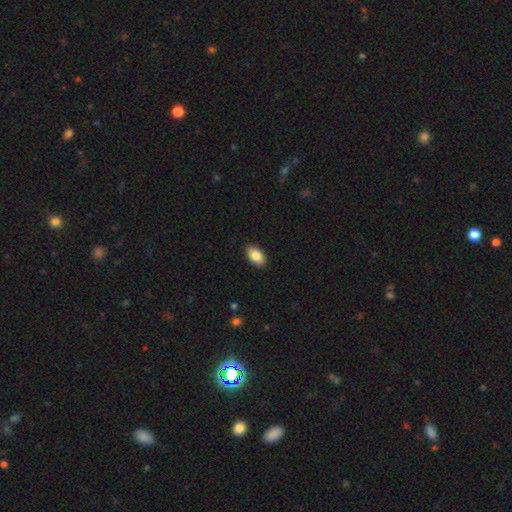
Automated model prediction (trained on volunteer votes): This is clearly a smooth galaxy (86%). How rounded: clearly in between (94%). Merging: clearly none (90%).